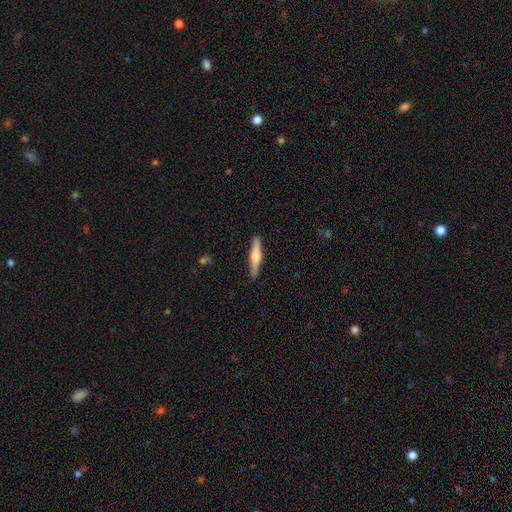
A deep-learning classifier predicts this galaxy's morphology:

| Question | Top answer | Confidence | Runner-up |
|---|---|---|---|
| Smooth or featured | featured or disk | 57% | smooth (37%) |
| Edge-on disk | yes | 97% | no (3%) |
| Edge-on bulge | rounded | 87% | boxy (9%) |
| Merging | none | 90% | minor disturbance (7%) |